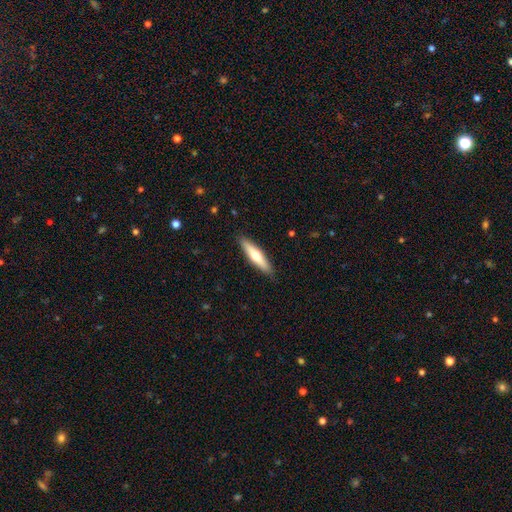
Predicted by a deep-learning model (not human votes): Smooth or featured?
  - smooth: 54% *
  - featured or disk: 41%
  - star or artifact: 5%
How rounded?
  - cigar-shaped: 80% *
  - in between: 19%
  - round: 1%
Merging?
  - none: 89% *
  - minor disturbance: 8%
  - major disturbance: 2%
  - merger: 1%